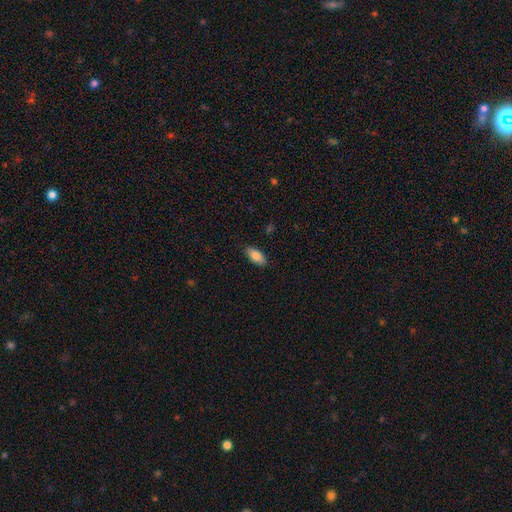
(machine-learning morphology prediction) A smooth galaxy with no disk features (82%) that is in between round and cigar-shaped (88%).

Vote fractions:
- Smooth or featured? smooth: 82% / featured or disk: 11% / star or artifact: 7%
- How rounded? in between: 88% / cigar-shaped: 10% / round: 2%
- Merging? none: 87% / minor disturbance: 10% / major disturbance: 2% / merger: 1%